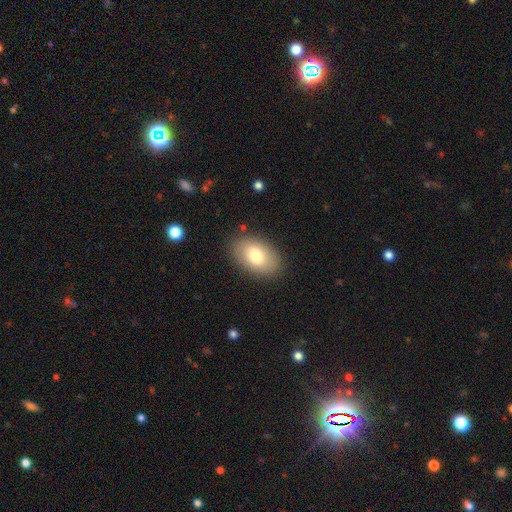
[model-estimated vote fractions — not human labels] A smooth galaxy with no disk features (78%) that is in between round and cigar-shaped (90%).

Vote fractions:
- Smooth or featured? smooth: 78% / featured or disk: 15% / star or artifact: 7%
- How rounded? in between: 90% / round: 9% / cigar-shaped: 1%
- Merging? none: 86% / minor disturbance: 10% / major disturbance: 3% / merger: 1%